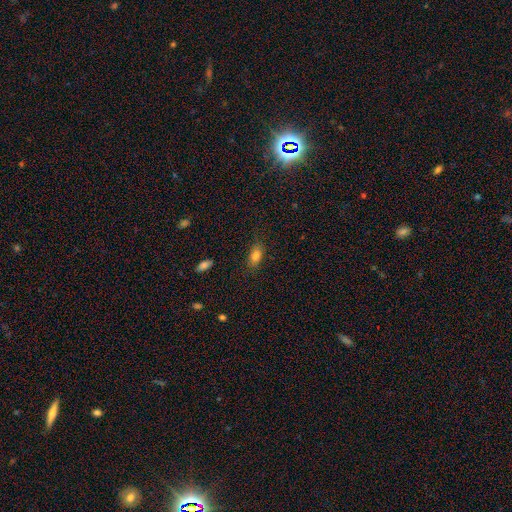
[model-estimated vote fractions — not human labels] smooth-or-featured: smooth: 81% | star or artifact: 10% | featured or disk: 9%
  how-rounded: in between: 83% | cigar-shaped: 9% | round: 8%
  merging: none: 79% | minor disturbance: 15% | major disturbance: 4% | merger: 2%